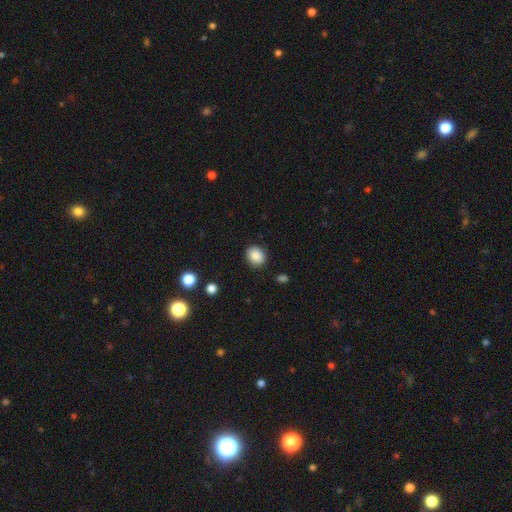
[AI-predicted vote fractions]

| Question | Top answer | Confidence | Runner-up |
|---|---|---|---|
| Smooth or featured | smooth | 88% | star or artifact (9%) |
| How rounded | round | 64% | in between (35%) |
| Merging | none | 87% | minor disturbance (9%) |